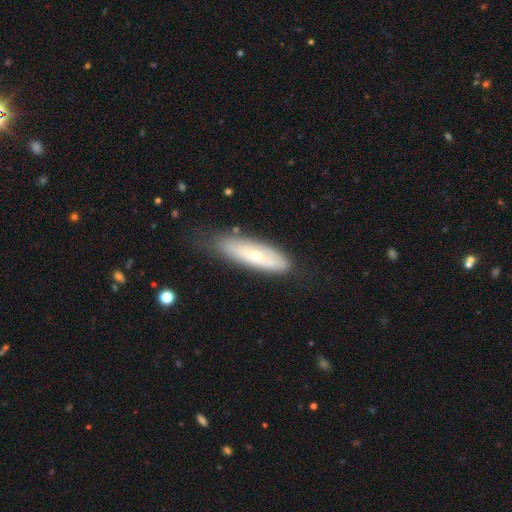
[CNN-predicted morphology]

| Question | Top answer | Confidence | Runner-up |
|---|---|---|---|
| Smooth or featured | featured or disk | 47% | smooth (46%) |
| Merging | none | 65% | minor disturbance (25%) |